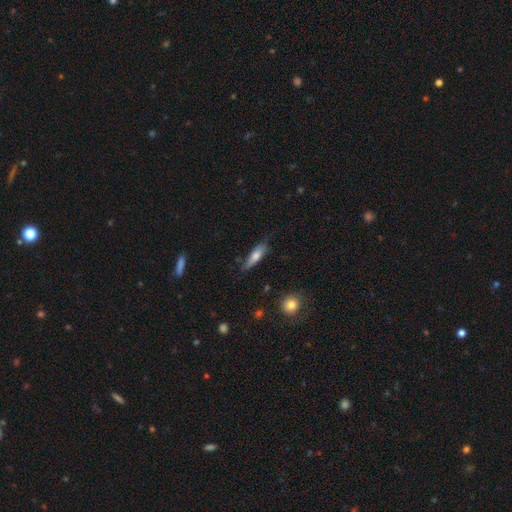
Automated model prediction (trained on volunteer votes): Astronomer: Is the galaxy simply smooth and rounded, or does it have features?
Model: smooth — 69%.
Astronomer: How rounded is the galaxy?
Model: cigar-shaped — 55% (runner-up: in between, 43%).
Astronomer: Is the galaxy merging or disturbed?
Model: none — 69%.